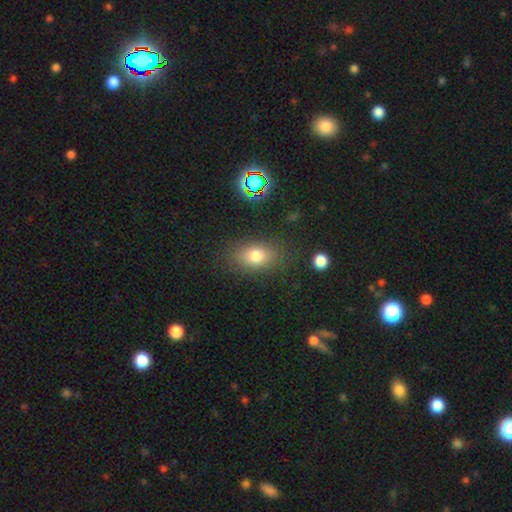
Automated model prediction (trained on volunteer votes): Morphology: type=smooth (77%); roundness=in between (81%); merging=none (80%).